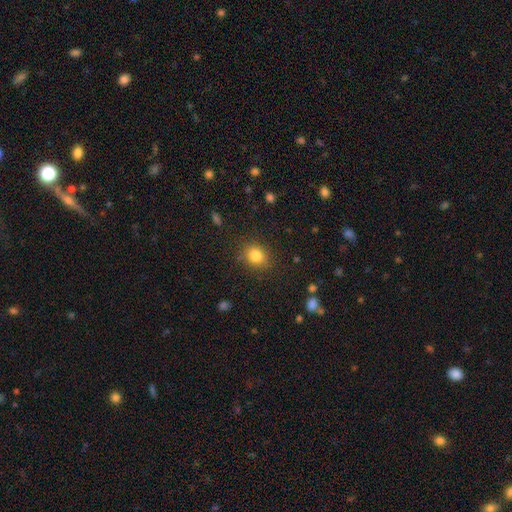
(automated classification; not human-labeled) Morphology: type=smooth (83%); roundness=round (63%); merging=none (84%).